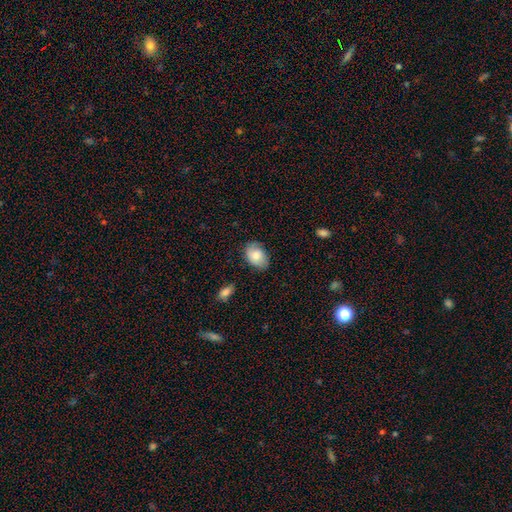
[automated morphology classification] This appears to be a smooth galaxy with no disk features (76%) that is in between round and cigar-shaped (82%). Merging: none (72%).